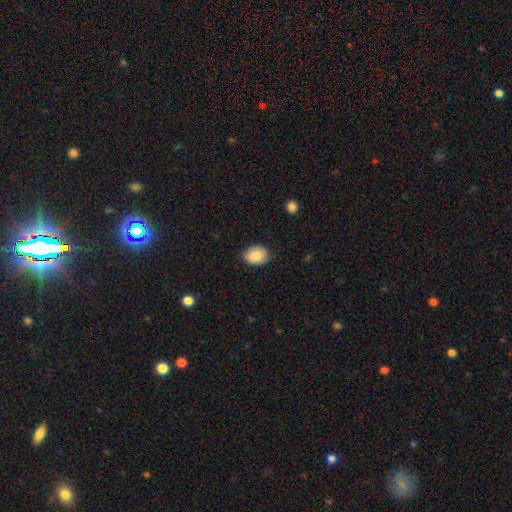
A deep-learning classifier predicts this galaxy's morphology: This is clearly a smooth galaxy (87%). How rounded: likely in between (61%). Merging: clearly none (83%).